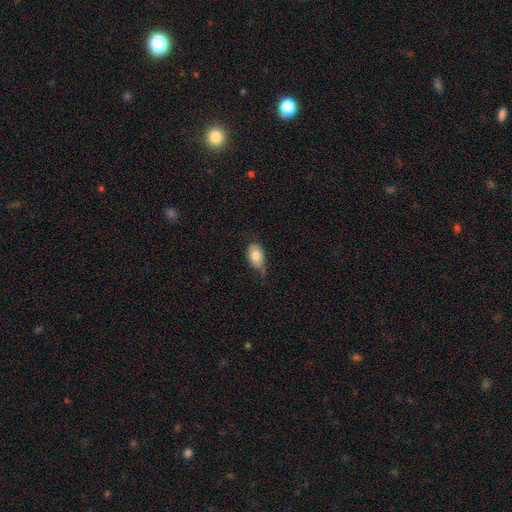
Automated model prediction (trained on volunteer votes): Smooth or featured? smooth (79%)
How rounded? in between (89%)
Merging? none (47%)